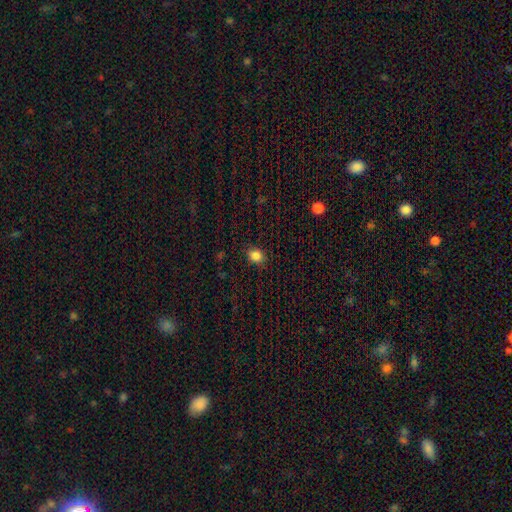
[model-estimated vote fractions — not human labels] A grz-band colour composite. It shows a smooth galaxy with no disk features (85%) that is in between round and cigar-shaped (52%). Merging: none (86%).